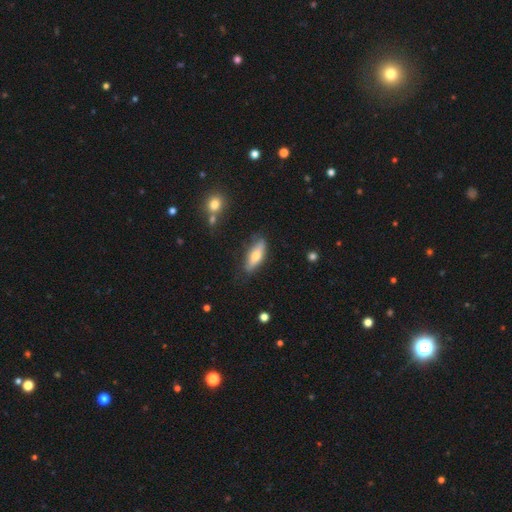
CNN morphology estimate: smooth-or-featured: smooth: 63% | featured or disk: 31% | star or artifact: 6%
  how-rounded: in between: 59% | cigar-shaped: 39% | round: 2%
  merging: none: 77% | minor disturbance: 17% | major disturbance: 4% | merger: 2%